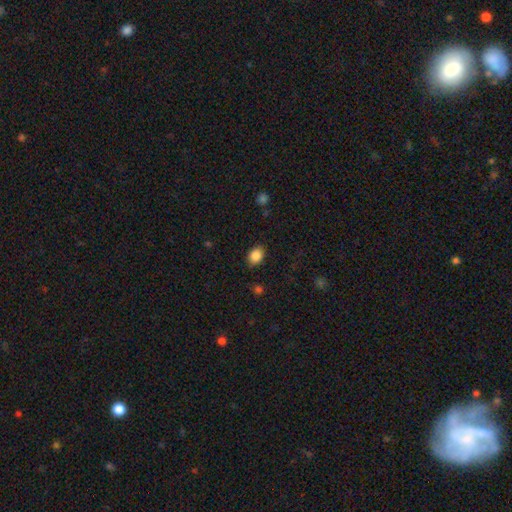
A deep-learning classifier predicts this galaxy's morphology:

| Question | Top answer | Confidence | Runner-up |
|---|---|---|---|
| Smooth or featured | smooth | 87% | star or artifact (9%) |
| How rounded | in between | 65% | round (34%) |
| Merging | none | 84% | minor disturbance (12%) |